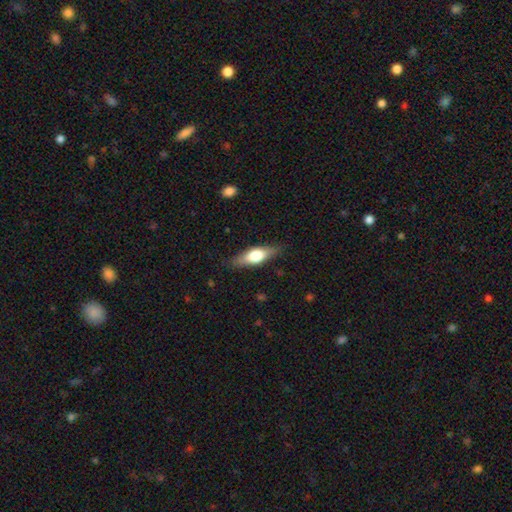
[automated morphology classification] This appears to be a smooth galaxy with no disk features (57%) that is in between round and cigar-shaped (60%). Merging: none (82%).